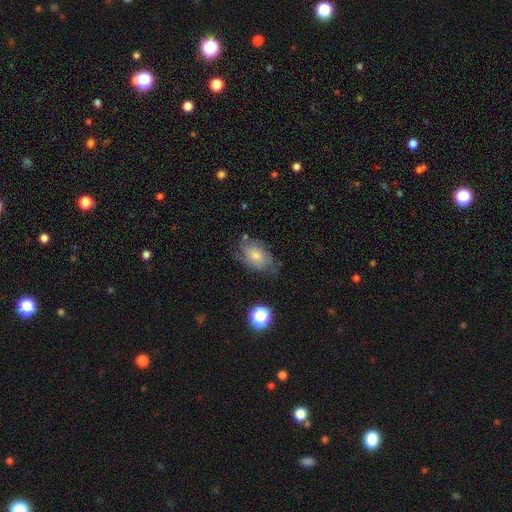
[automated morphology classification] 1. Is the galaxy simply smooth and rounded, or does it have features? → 57% smooth, 34% featured or disk, 10% star or artifact.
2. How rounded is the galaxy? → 84% in between, 14% round, 2% cigar-shaped.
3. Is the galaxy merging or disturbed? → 54% none, 29% minor disturbance, 13% major disturbance, 3% merger.